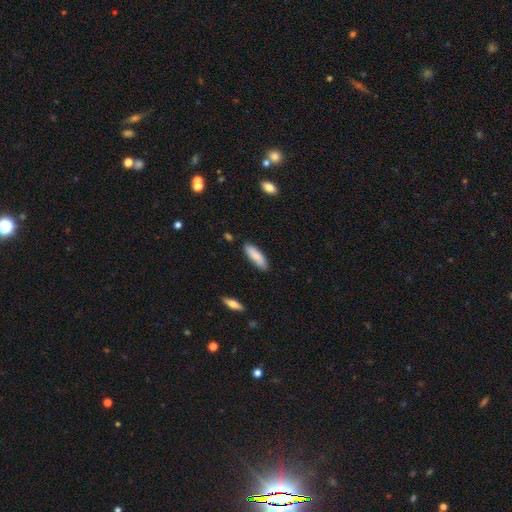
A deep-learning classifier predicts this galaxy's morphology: A smooth galaxy with no disk features (83%) that is in between round and cigar-shaped (53%). Merging: none (82%).